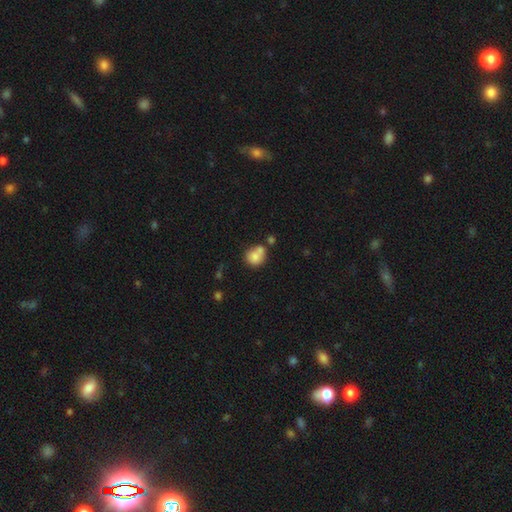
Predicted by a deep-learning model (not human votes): Smooth or featured?
  - smooth: 78% *
  - featured or disk: 13%
  - star or artifact: 9%
How rounded?
  - round: 76% *
  - in between: 23%
  - cigar-shaped: 1%
Merging?
  - none: 41% *
  - merger: 40%
  - minor disturbance: 14%
  - major disturbance: 5%